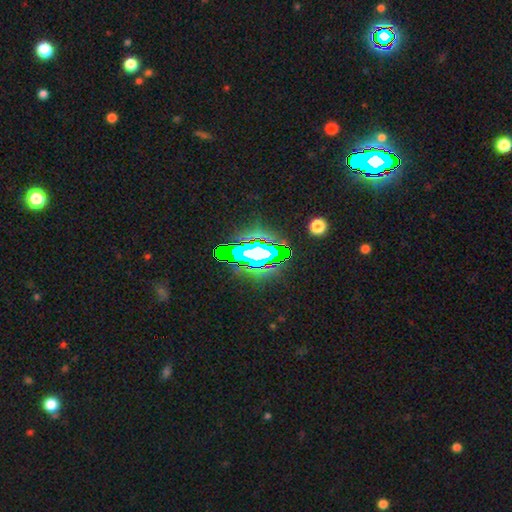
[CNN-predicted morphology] A star or artifact, not a galaxy (64%).